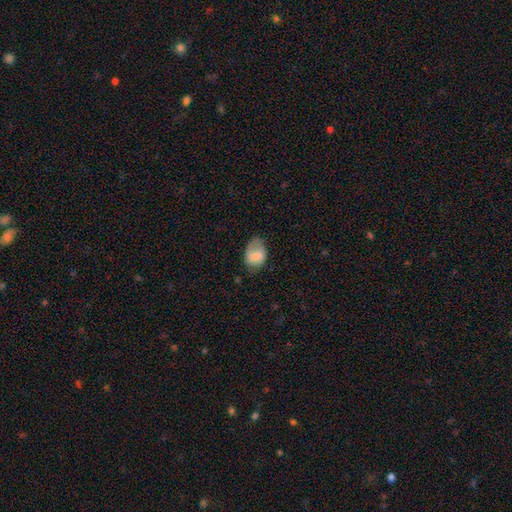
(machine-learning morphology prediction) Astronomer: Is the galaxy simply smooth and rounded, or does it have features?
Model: smooth — 69%.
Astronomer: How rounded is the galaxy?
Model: in between — 76%.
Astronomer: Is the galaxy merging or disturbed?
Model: none — 50% (runner-up: minor disturbance, 33%).